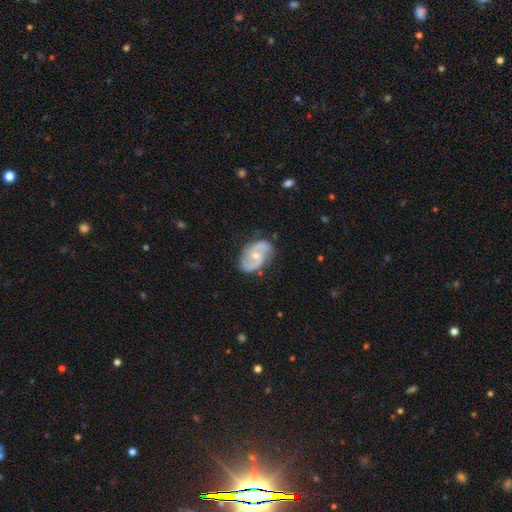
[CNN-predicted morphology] A featured or disk galaxy (85%) with no bar (60%), 2 (87%) medium (51%) spiral arms (96%) and a small central bulge (49%). Merging: none (75%).